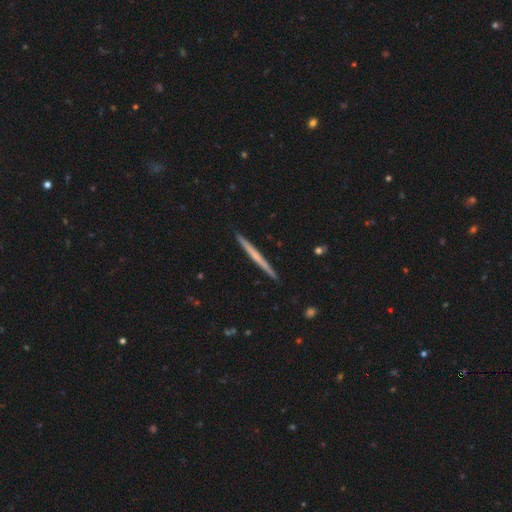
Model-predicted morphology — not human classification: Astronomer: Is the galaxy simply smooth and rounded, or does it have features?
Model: featured or disk — 56% (runner-up: smooth, 39%).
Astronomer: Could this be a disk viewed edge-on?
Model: yes — 98%.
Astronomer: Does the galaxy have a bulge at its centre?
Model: none — 78%.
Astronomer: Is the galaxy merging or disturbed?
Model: none — 92%.